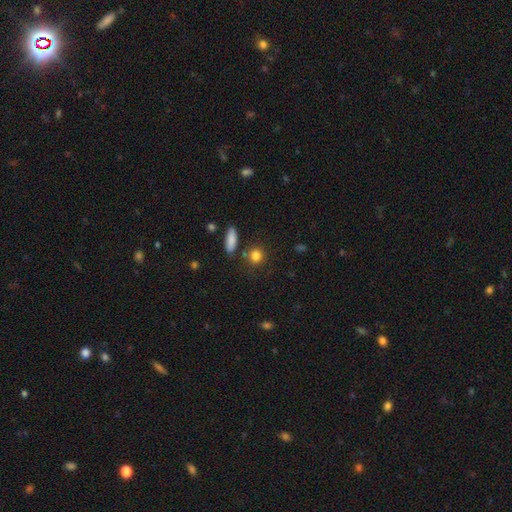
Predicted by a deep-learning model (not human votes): The model was most divided on "how rounded": round: 81%, in between: 16%, cigar-shaped: 3%. More confident: smooth or featured — smooth (84%); merging — none (78%).